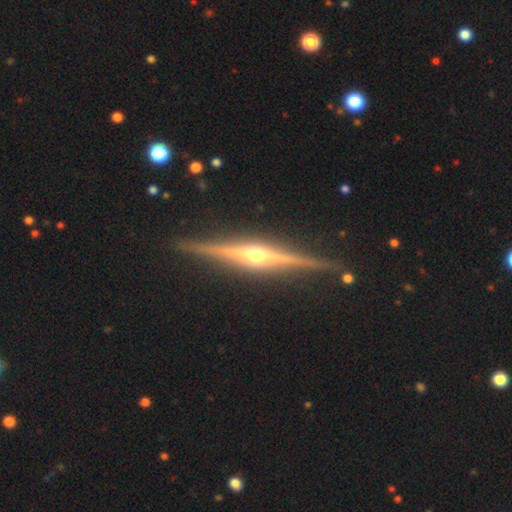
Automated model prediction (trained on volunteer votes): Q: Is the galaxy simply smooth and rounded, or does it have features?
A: featured or disk — 88%.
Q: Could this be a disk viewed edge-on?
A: yes — 98%.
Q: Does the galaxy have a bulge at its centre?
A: rounded — 92%.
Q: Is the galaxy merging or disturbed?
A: none — 88%.